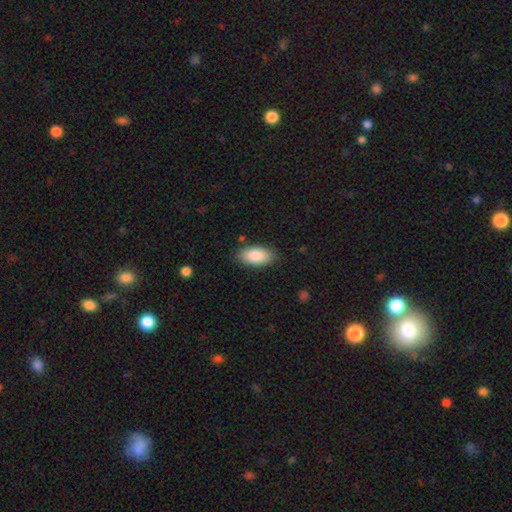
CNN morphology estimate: Q: Smooth or featured?
A: smooth (87%); runner-up: featured or disk (7%)
Q: How rounded?
A: in between (93%); runner-up: cigar-shaped (4%)
Q: Merging?
A: none (82%); runner-up: minor disturbance (13%)